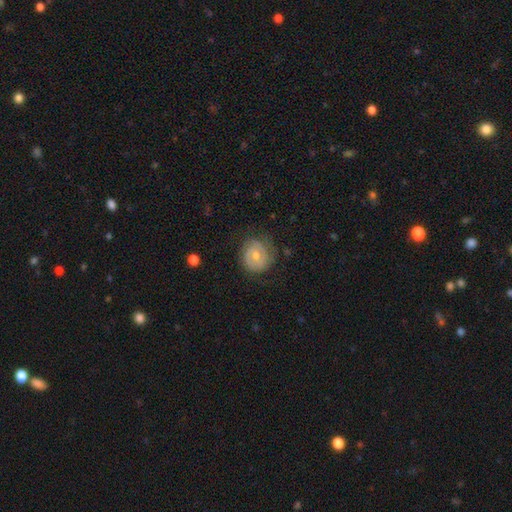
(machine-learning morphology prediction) type=featured or disk (53%); edge-on=no (97%); bar=no (51%); spiral arms=yes (72%); bulge=moderate (61%); merging=none (72%).